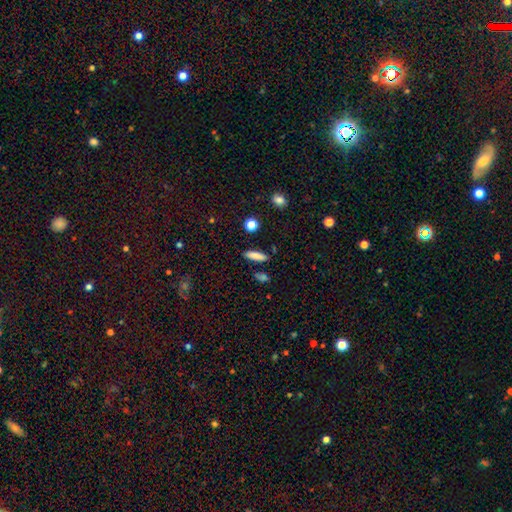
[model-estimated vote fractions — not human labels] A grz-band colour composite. It shows a smooth galaxy with no disk features (82%) that is cigar-shaped (69%). Merging: none (85%).